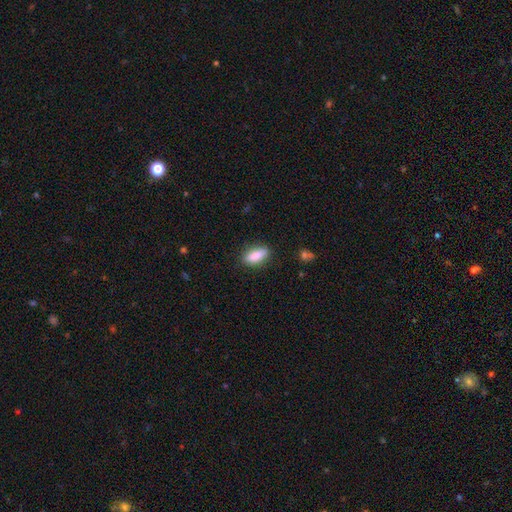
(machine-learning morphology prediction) Q: Smooth or featured?
A: smooth (85%); runner-up: featured or disk (8%)
Q: How rounded?
A: in between (75%); runner-up: cigar-shaped (22%)
Q: Merging?
A: none (83%); runner-up: minor disturbance (12%)